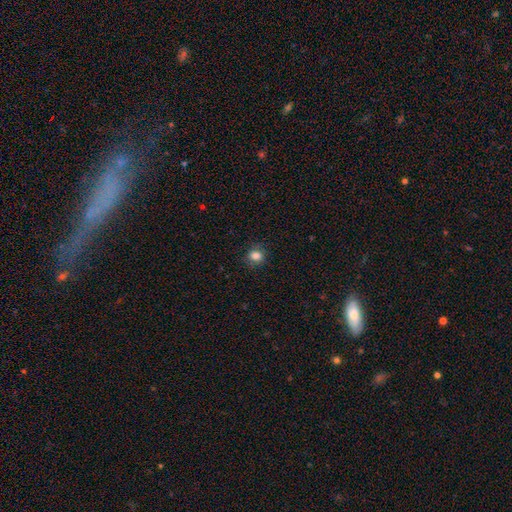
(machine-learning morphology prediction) Q: Smooth or featured?
A: smooth (83%); runner-up: star or artifact (11%)
Q: How rounded?
A: round (68%); runner-up: in between (31%)
Q: Merging?
A: none (84%); runner-up: minor disturbance (12%)